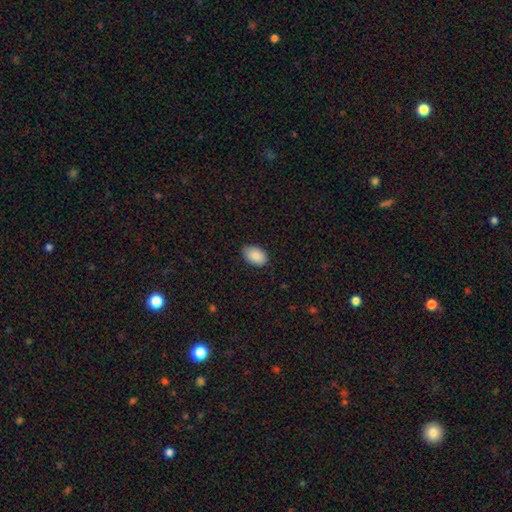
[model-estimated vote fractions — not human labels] Overall: smooth (89%). How rounded: in between (91%). Merging: none (82%).